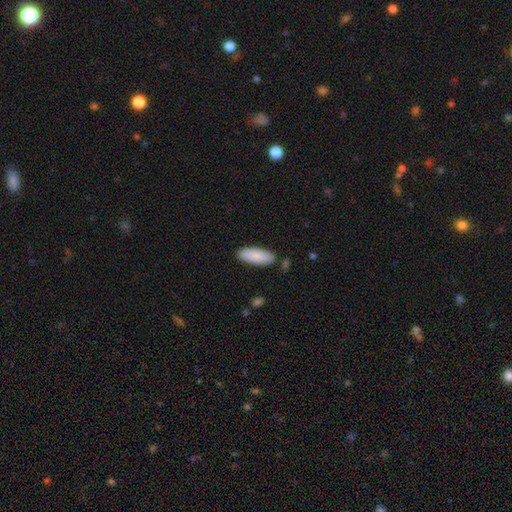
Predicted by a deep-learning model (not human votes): The model was most divided on "how rounded": in between: 72%, cigar-shaped: 26%, round: 2%. More confident: smooth or featured — smooth (87%); merging — none (86%).